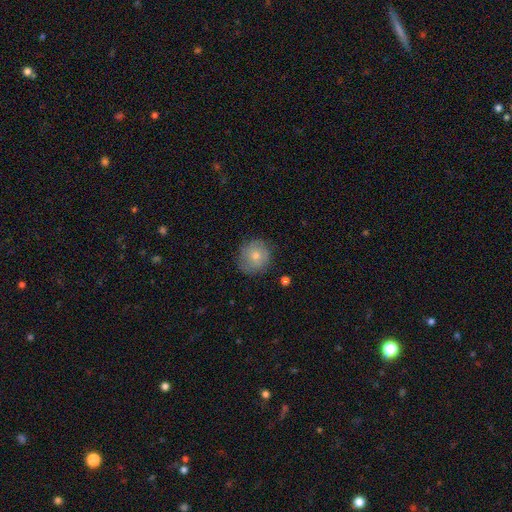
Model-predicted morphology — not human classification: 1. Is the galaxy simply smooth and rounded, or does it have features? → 64% smooth, 27% featured or disk, 9% star or artifact.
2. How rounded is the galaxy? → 91% round, 8% in between, 1% cigar-shaped.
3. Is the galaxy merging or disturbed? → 80% none, 15% minor disturbance, 4% major disturbance, 1% merger.